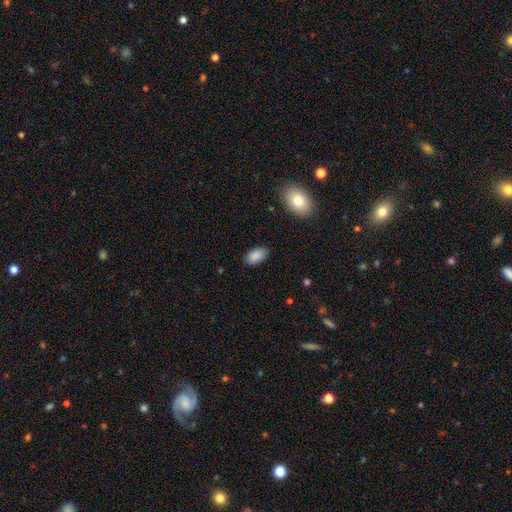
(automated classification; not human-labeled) smooth 88%, star or artifact 7%, featured or disk 4%. Down the decision tree: how rounded — in between (94%); merging — none (84%).